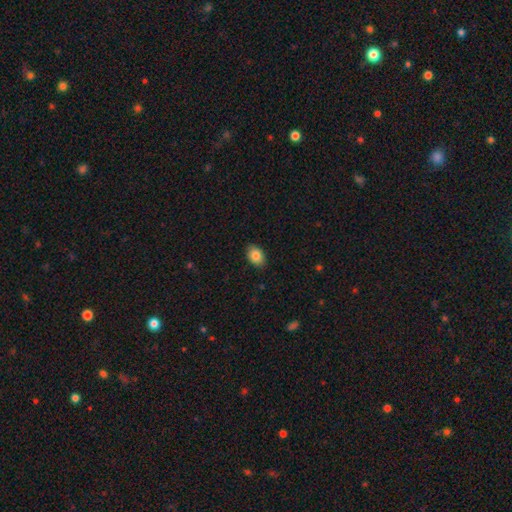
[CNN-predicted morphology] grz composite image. It shows a smooth galaxy with no disk features (84%) that is in between round and cigar-shaped (83%). Merging: none (88%).